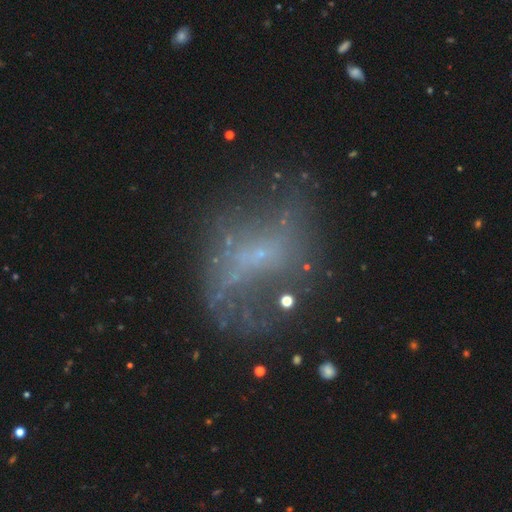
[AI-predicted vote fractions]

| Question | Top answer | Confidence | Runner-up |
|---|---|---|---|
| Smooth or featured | featured or disk | 59% | smooth (21%) |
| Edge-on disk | no | 94% | yes (6%) |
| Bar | no | 60% | weak (28%) |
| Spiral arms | no | 57% | yes (43%) |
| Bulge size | small | 54% | none (37%) |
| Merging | none | 50% | major disturbance (25%) |